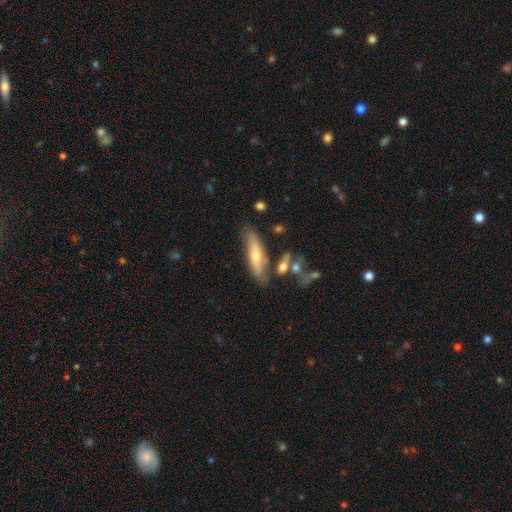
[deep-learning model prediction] Smooth or featured? Predicted: smooth (p=0.51). How rounded? Predicted: cigar-shaped (p=0.70). Merging? Predicted: none (p=0.69).